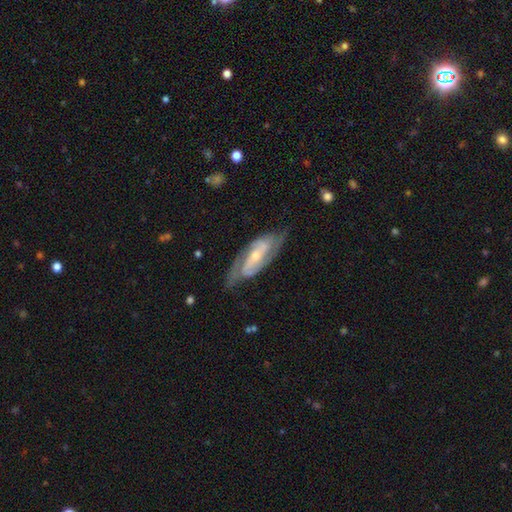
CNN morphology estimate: type=featured or disk (86%); edge-on=no (92%); bar=weak (37%); spiral arms=yes (95%); winding=medium (45%); arm count=2 (86%); bulge=small (54%); merging=none (75%).